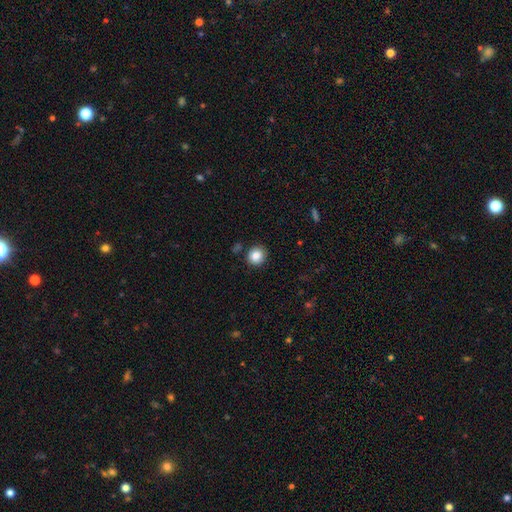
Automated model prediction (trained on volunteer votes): Morphology: type=smooth (86%); roundness=round (88%); merging=none (87%).